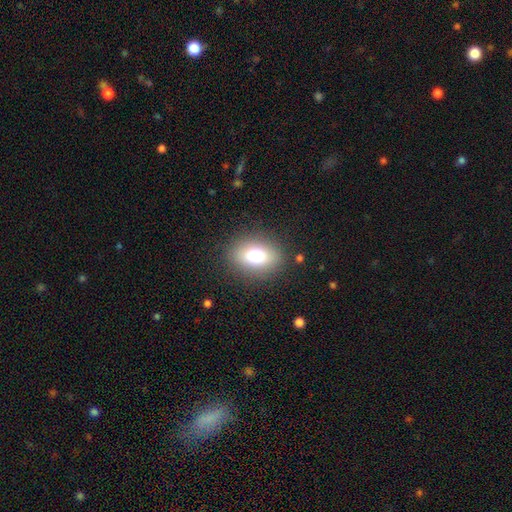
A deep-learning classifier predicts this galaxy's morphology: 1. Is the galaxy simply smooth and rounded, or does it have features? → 74% smooth, 15% featured or disk, 11% star or artifact.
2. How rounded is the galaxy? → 70% in between, 28% round, 2% cigar-shaped.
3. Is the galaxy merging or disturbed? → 85% none, 10% minor disturbance, 4% major disturbance, 1% merger.